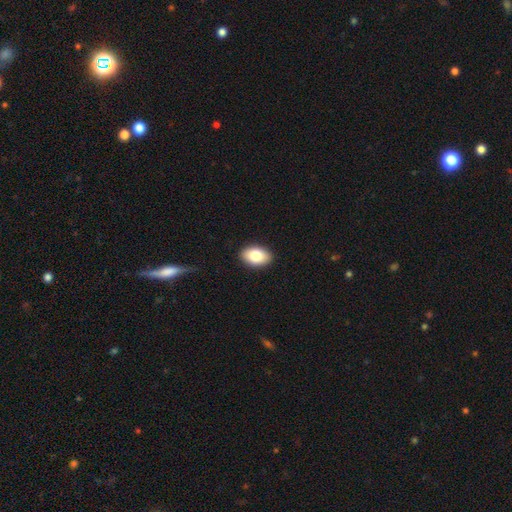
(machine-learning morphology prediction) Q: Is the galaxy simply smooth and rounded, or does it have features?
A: smooth — 83%.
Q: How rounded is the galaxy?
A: in between — 90%.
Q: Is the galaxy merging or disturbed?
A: none — 91%.